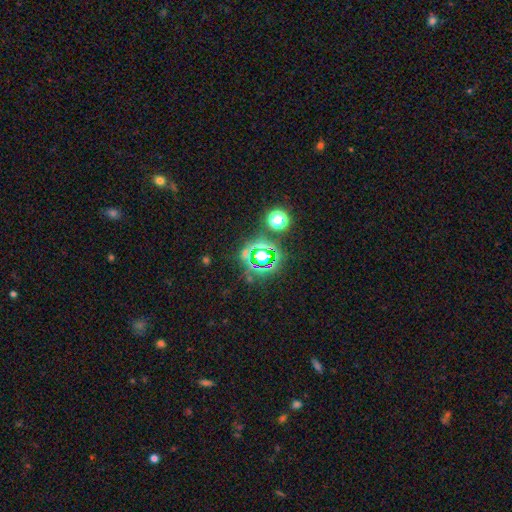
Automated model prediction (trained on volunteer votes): The model was most divided on "smooth or featured": star or artifact: 71%, smooth: 19%, featured or disk: 9%.